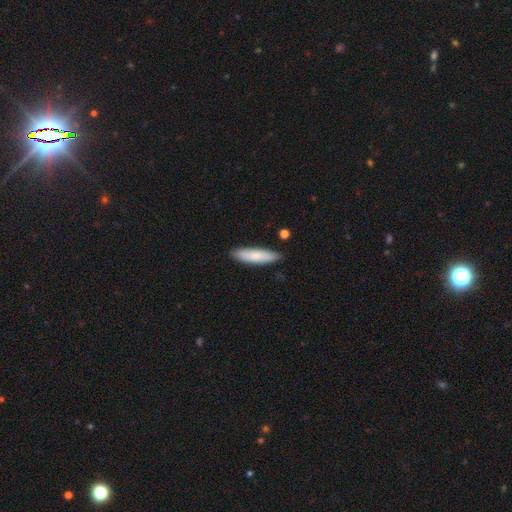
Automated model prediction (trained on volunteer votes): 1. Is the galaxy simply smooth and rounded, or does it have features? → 80% smooth, 15% featured or disk, 5% star or artifact.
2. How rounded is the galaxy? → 71% cigar-shaped, 27% in between, 1% round.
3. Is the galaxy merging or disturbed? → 88% none, 9% minor disturbance, 2% major disturbance, 2% merger.